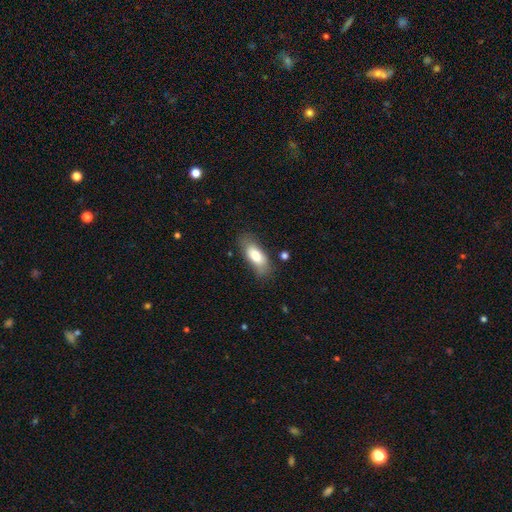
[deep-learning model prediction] Smooth or featured: smooth — 77% (featured or disk — 17%)
How rounded: in between — 81% (cigar-shaped — 15%)
Merging: none — 72% (minor disturbance — 19%)